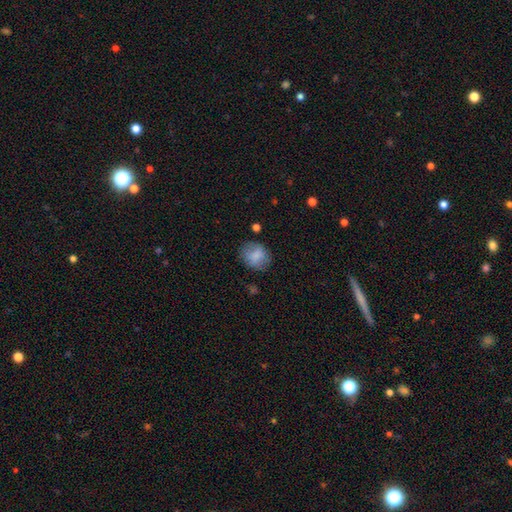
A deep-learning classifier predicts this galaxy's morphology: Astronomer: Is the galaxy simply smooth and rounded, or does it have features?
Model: smooth — 77%.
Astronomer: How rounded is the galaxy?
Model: round — 64%.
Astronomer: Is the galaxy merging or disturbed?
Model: none — 70%.